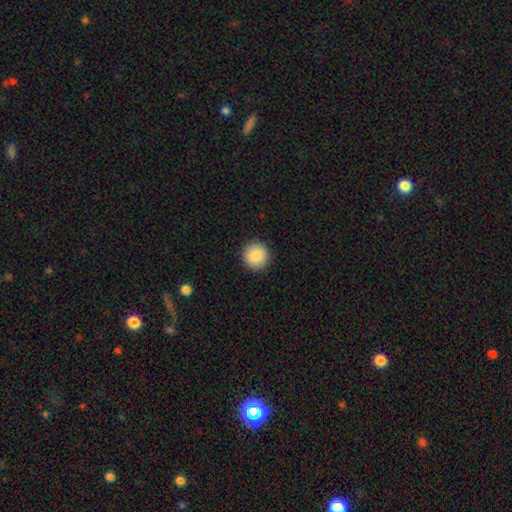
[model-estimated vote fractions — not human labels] A smooth galaxy with no disk features (88%) that is round (95%).

Vote fractions:
- Smooth or featured? smooth: 88% / star or artifact: 8% / featured or disk: 5%
- How rounded? round: 95% / in between: 4% / cigar-shaped: 1%
- Merging? none: 92% / minor disturbance: 5% / major disturbance: 2% / merger: 1%